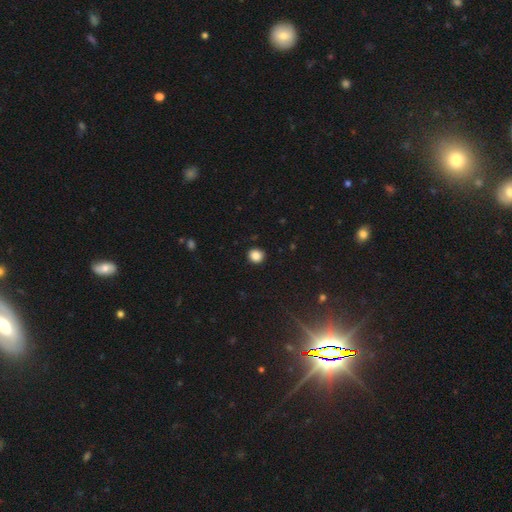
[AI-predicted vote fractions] Q: Smooth or featured?
A: smooth (86%); runner-up: star or artifact (10%)
Q: How rounded?
A: round (88%); runner-up: in between (11%)
Q: Merging?
A: none (91%); runner-up: minor disturbance (6%)